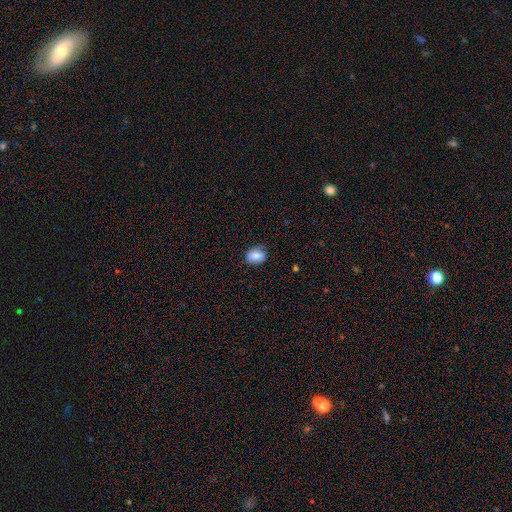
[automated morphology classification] smooth 79%, featured or disk 12%, star or artifact 8%. Down the decision tree: how rounded — in between (58%); merging — none (74%).